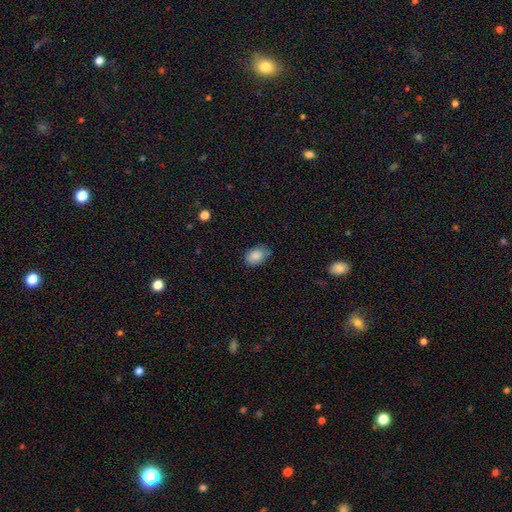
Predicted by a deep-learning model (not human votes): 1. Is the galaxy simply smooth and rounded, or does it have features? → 87% smooth, 8% star or artifact, 6% featured or disk.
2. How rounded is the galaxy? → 84% in between, 15% round, 1% cigar-shaped.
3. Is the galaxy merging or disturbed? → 70% none, 24% minor disturbance, 4% major disturbance, 1% merger.